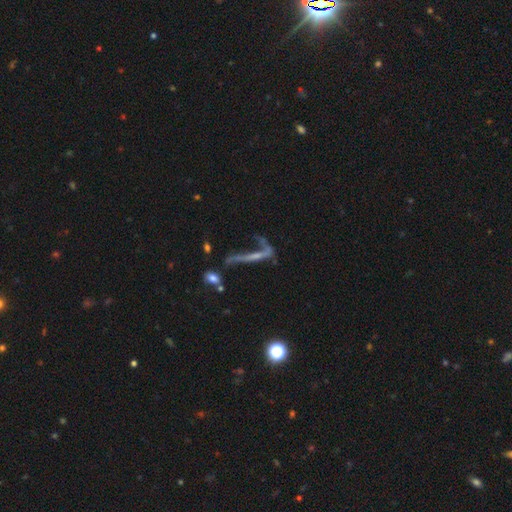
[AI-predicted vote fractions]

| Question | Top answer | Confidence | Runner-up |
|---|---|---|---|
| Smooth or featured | featured or disk | 62% | smooth (21%) |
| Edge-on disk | yes | 59% | no (41%) |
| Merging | none | 33% | major disturbance (31%) |